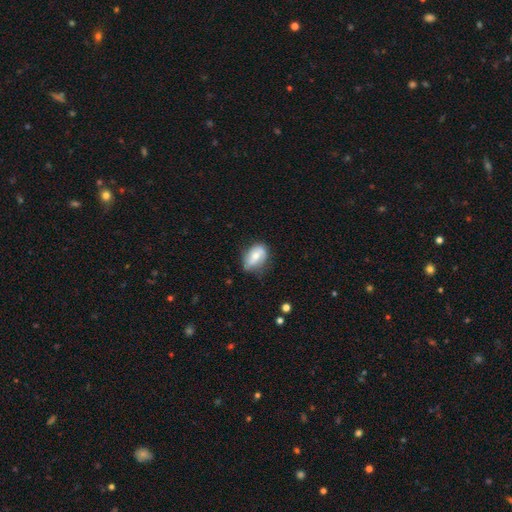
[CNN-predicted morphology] Smooth or featured: smooth — 52% (featured or disk — 40%)
How rounded: in between — 80% (round — 18%)
Merging: none — 55% (minor disturbance — 34%)